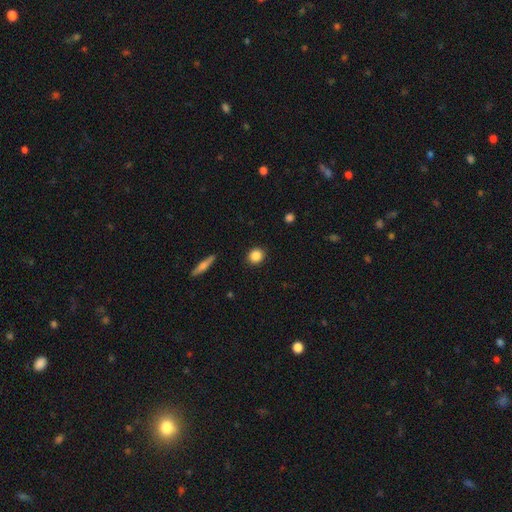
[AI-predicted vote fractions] This is clearly a smooth galaxy (86%). How rounded: clearly round (84%). Merging: clearly none (90%).